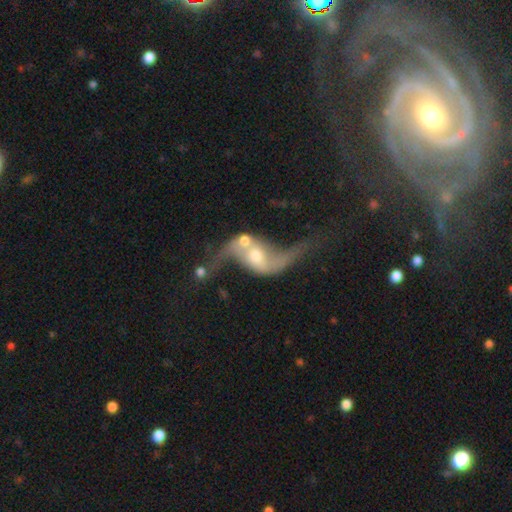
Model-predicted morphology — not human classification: smooth-or-featured: featured or disk: 84% | smooth: 9% | star or artifact: 7%
  disk-edge-on: no: 95% | yes: 5%
    bar: no: 48% | weak: 36% | strong: 17%
    has-spiral-arms: yes: 93% | no: 7%
      spiral-winding: loose: 90% | medium: 7% | tight: 2%
      spiral-arm-count: 2: 92% | 1: 3% | can't tell: 2% | 3: 1% | 4: 1% | more than 4: 1%
    bulge-size: moderate: 51% | small: 36% | large: 7% | none: 4% | dominant: 2%
  merging: none: 44% | merger: 28% | major disturbance: 15% | minor disturbance: 13%